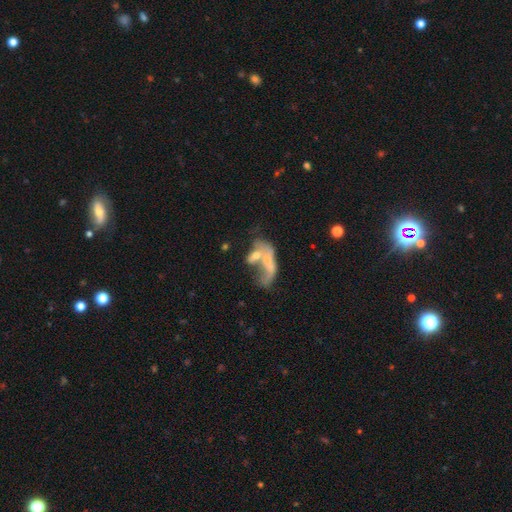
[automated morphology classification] A featured or disk galaxy (53%) with no bar (80%), no spiral arms (74%) and a moderate central bulge (39%).

Vote fractions:
- Smooth or featured? featured or disk: 53% / smooth: 37% / star or artifact: 10%
- Edge-on disk? no: 94% / yes: 6%
- Bar? no: 80% / weak: 16% / strong: 5%
- Spiral arms? no: 74% / yes: 26%
- Bulge size? moderate: 39% / small: 36% / none: 18% / large: 5% / dominant: 2%
- Merging? merger: 64% / major disturbance: 20% / none: 10% / minor disturbance: 6%